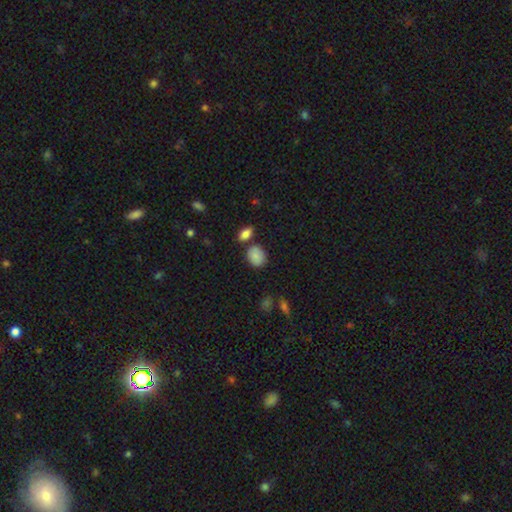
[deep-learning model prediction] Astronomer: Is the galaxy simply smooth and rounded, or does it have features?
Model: smooth — 87%.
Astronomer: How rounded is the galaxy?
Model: in between — 50% (runner-up: round, 49%).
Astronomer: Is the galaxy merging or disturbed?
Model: none — 72%.